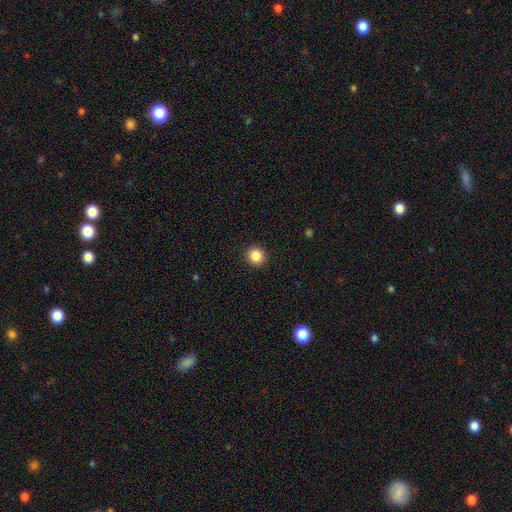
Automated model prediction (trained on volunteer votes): This appears to be a smooth galaxy with no disk features (86%) that is round (92%). Merging: none (93%).